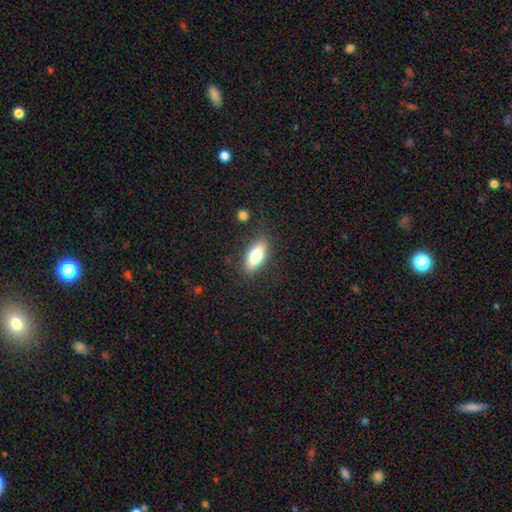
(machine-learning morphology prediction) Smooth or featured? smooth (74%)
How rounded? in between (78%)
Merging? none (83%)